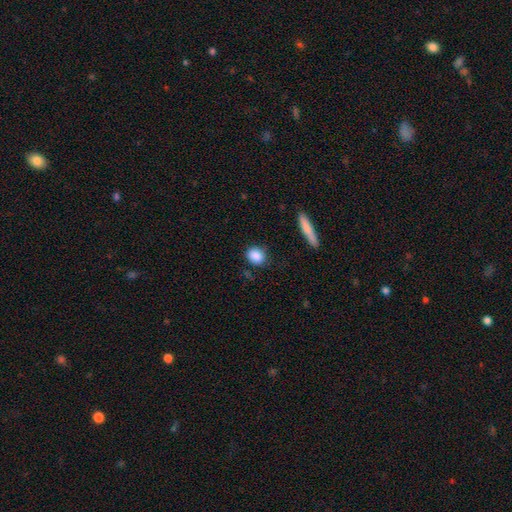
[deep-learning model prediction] Smooth or featured?
  - smooth: 88% *
  - star or artifact: 8%
  - featured or disk: 4%
How rounded?
  - round: 62% *
  - in between: 34%
  - cigar-shaped: 3%
Merging?
  - none: 82% *
  - minor disturbance: 12%
  - major disturbance: 3%
  - merger: 2%